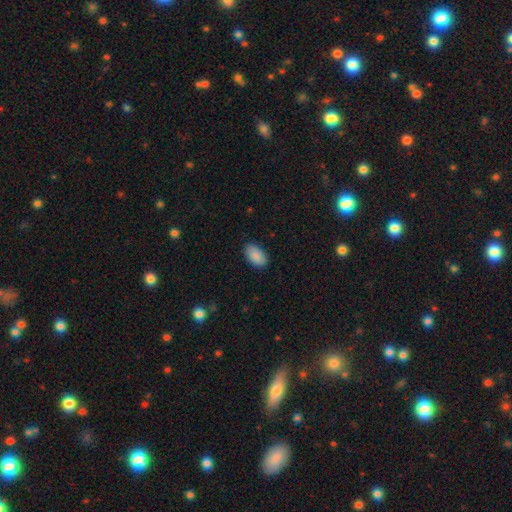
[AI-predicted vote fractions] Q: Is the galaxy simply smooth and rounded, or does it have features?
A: smooth — 89%.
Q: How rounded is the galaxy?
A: in between — 94%.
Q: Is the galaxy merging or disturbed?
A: none — 86%.